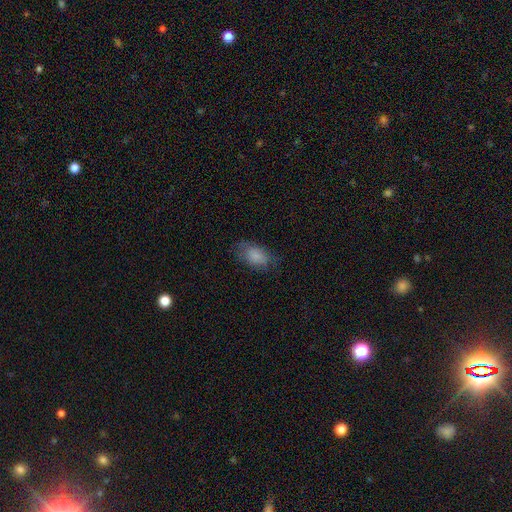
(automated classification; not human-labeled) This appears to be a smooth galaxy with no disk features (81%) that is in between round and cigar-shaped (90%). Merging: none (66%).